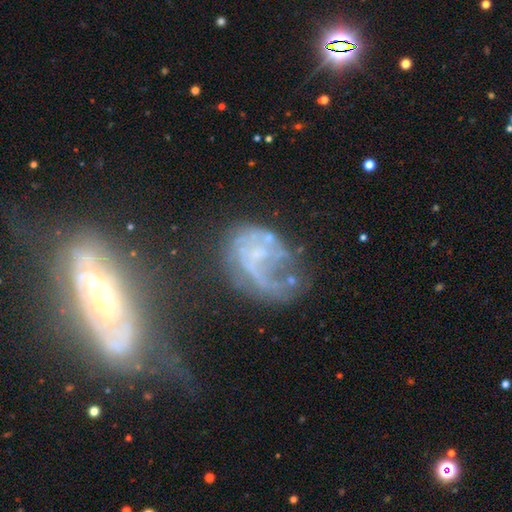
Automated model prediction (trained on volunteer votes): Smooth or featured: featured or disk — 68% (smooth — 19%)
Edge-on disk: no — 97% (yes — 3%)
Bar: no — 74% (weak — 21%)
Spiral arms: yes — 58% (no — 42%)
Bulge size: none — 56% (small — 28%)
Merging: major disturbance — 41% (none — 29%)